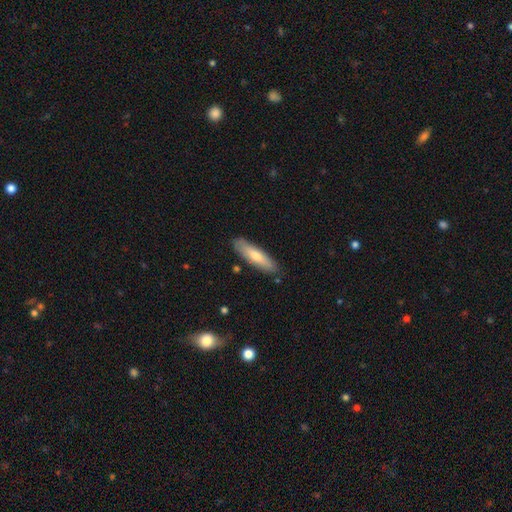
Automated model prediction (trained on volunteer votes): Smooth or featured? Predicted: smooth (p=0.68). How rounded? Predicted: cigar-shaped (p=0.66). Merging? Predicted: none (p=0.86).